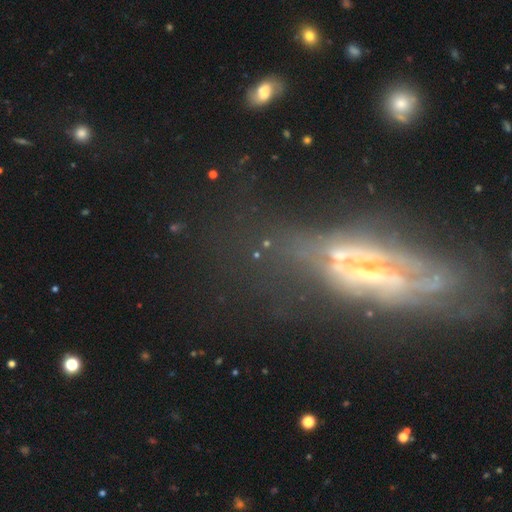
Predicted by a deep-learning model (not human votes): The model was most divided on "edge-on disk": no: 56%, yes: 44%. Remaining: smooth or featured — featured or disk (66%); merging — none (45%).